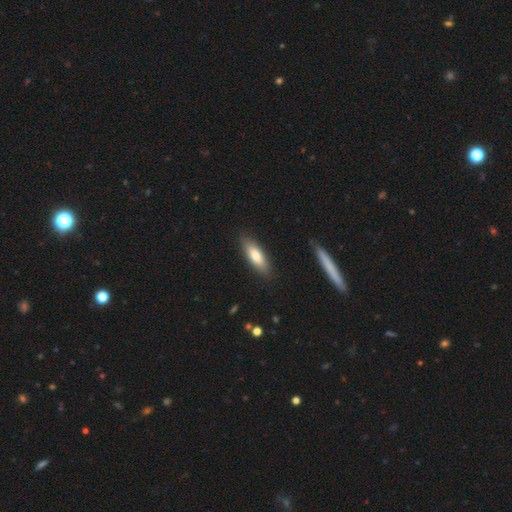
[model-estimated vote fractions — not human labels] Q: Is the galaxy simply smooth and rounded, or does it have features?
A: smooth — 76%.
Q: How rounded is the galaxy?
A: in between — 58%.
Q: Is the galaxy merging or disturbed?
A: none — 86%.